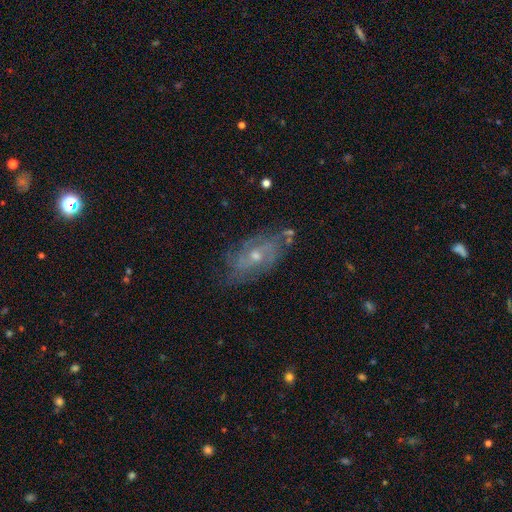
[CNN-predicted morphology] type=featured or disk (75%); edge-on=no (91%); bar=no (67%); spiral arms=yes (84%); winding=tight (47%); arm count=can't tell (44%); bulge=small (48%, tied with moderate); merging=none (67%).